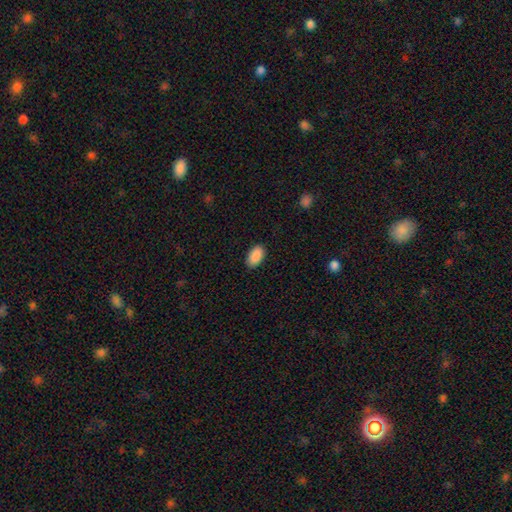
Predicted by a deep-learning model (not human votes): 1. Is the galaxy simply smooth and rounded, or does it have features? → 91% smooth, 6% star or artifact, 3% featured or disk.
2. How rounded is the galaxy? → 95% in between, 3% round, 2% cigar-shaped.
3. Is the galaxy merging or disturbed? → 89% none, 8% minor disturbance, 2% major disturbance, 1% merger.